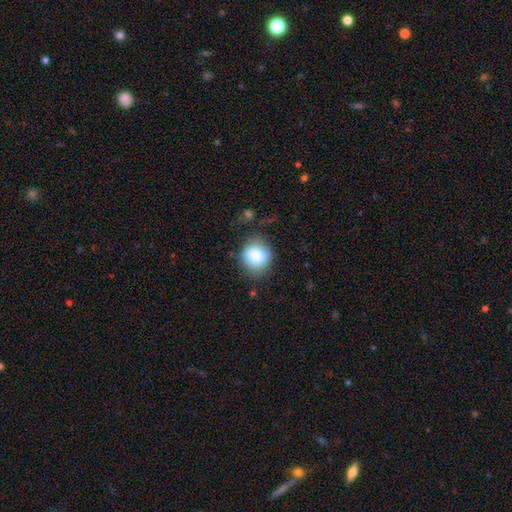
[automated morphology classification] type=smooth (81%); roundness=round (74%); merging=none (77%).